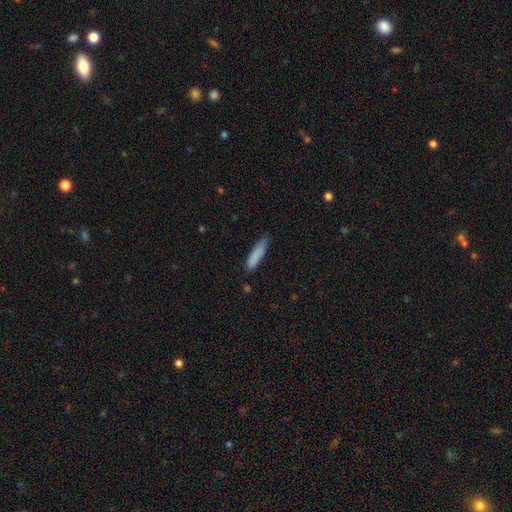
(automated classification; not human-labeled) smooth-or-featured: smooth: 85% | featured or disk: 8% | star or artifact: 6%
  how-rounded: cigar-shaped: 78% | in between: 21% | round: 1%
  merging: none: 70% | minor disturbance: 24% | major disturbance: 4% | merger: 2%